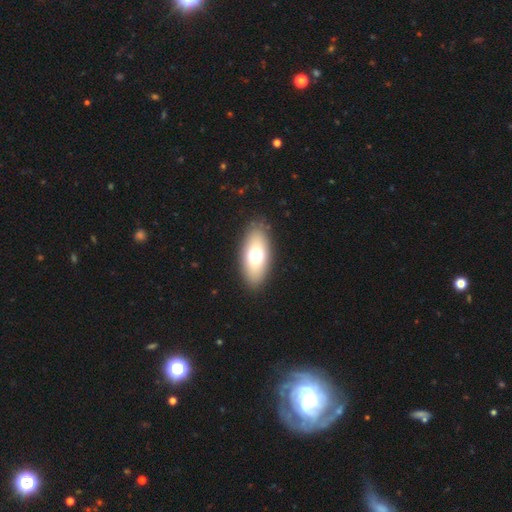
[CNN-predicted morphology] Smooth or featured? smooth (68%)
How rounded? in between (85%)
Merging? none (87%)